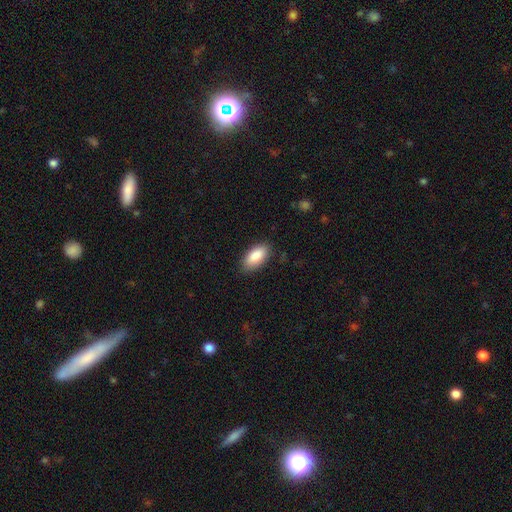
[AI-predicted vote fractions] This is clearly a smooth galaxy (88%). How rounded: clearly in between (92%). Merging: clearly none (84%).